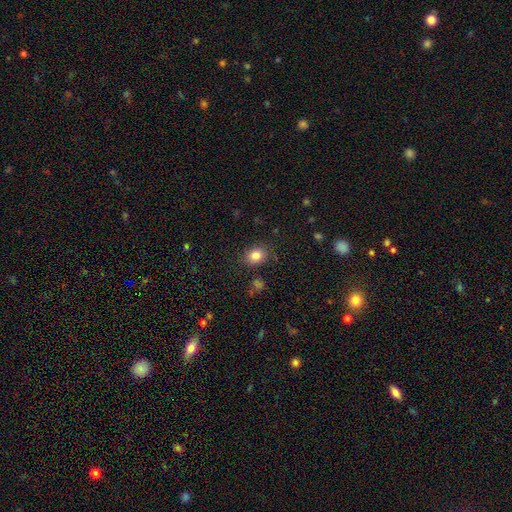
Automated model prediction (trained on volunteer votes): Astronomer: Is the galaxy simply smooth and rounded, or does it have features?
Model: smooth — 82%.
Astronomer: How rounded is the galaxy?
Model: round — 55% (runner-up: in between, 44%).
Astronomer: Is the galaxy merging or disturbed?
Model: none — 86%.